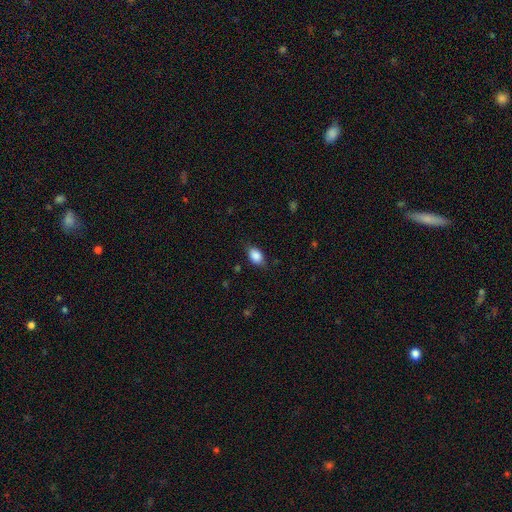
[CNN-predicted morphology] Smooth or featured? Predicted: smooth (p=0.87). How rounded? Predicted: in between (p=0.84). Merging? Predicted: none (p=0.78).